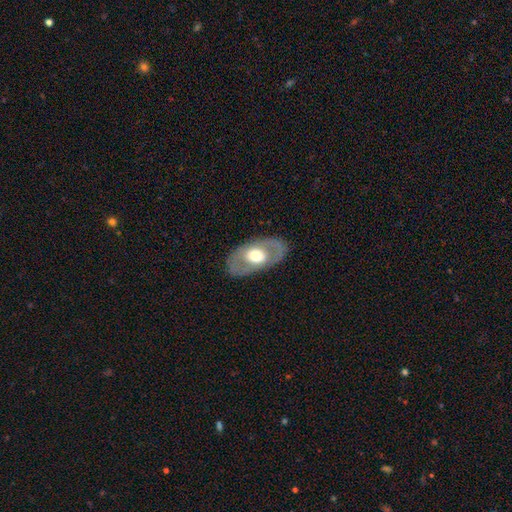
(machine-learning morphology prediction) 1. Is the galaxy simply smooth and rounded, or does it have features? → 57% featured or disk, 38% smooth, 5% star or artifact.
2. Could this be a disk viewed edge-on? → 86% no, 14% yes.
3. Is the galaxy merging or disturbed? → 83% none, 11% minor disturbance, 5% major disturbance, 1% merger.